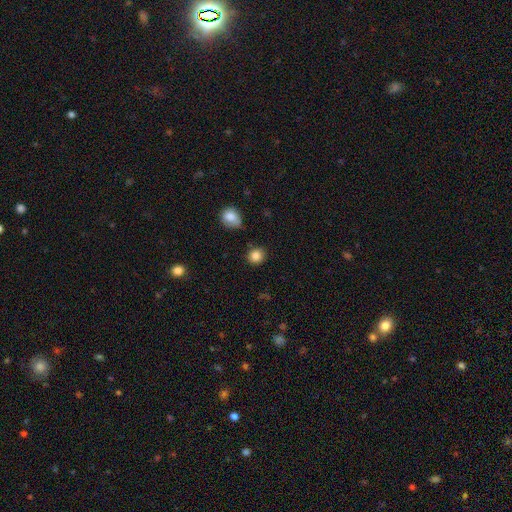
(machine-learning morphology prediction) This is clearly a smooth galaxy (86%). How rounded: clearly round (84%). Merging: clearly none (85%).